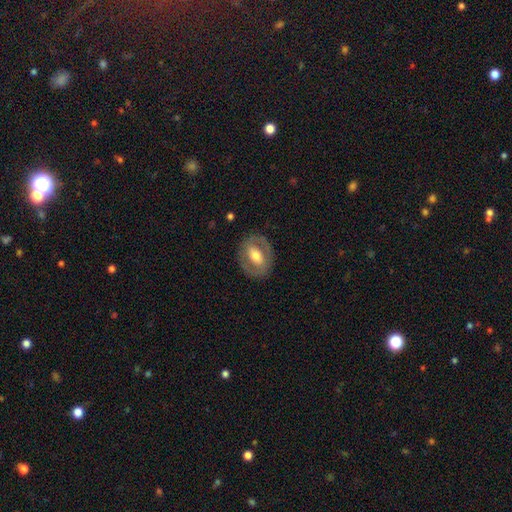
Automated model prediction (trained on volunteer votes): smooth_or_featured: featured or disk (p=0.54) [alt: smooth p=0.41]
disk_edge_on: no (p=0.93) [alt: yes p=0.07]
merging: none (p=0.82) [alt: minor disturbance p=0.12]